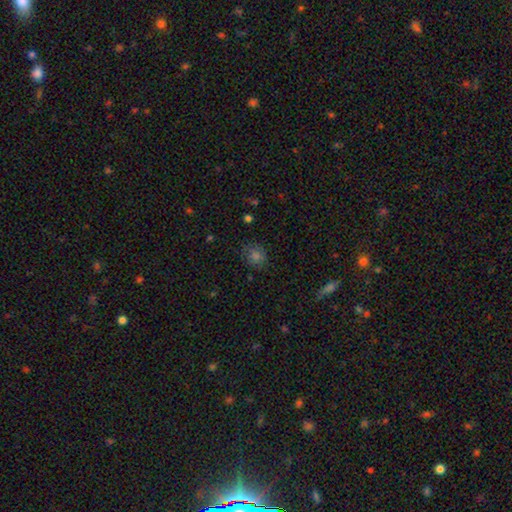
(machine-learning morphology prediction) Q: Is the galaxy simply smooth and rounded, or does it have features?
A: smooth — 66%.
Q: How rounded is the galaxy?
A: round — 78%.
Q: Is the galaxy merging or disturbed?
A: none — 78%.